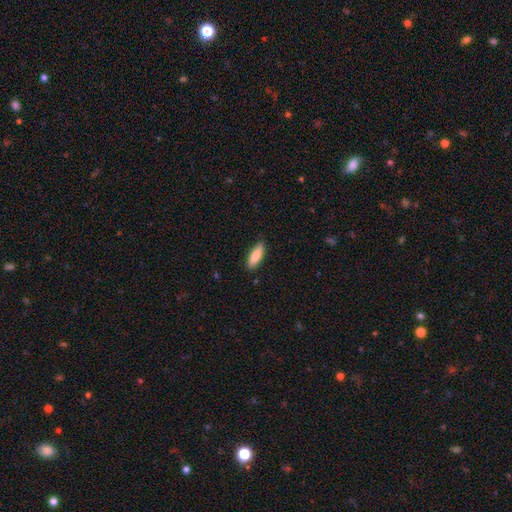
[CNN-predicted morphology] Smooth or featured? smooth (77%)
How rounded? in between (60%)
Merging? none (87%)